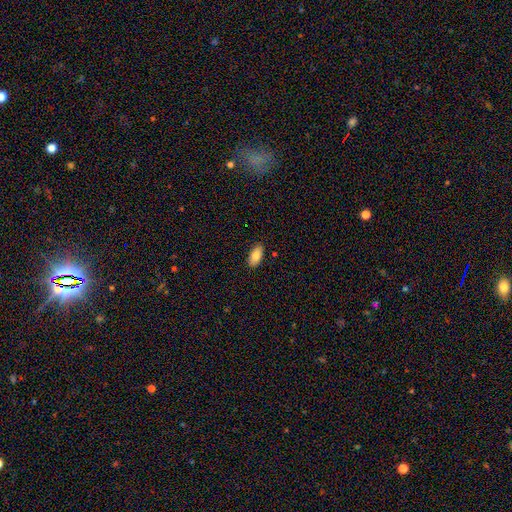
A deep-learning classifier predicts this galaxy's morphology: A smooth galaxy with no disk features (85%) that is in between round and cigar-shaped (91%). Merging: none (87%).